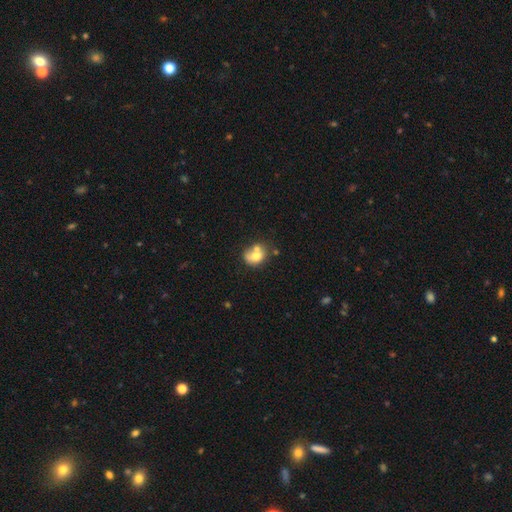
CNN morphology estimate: Overall: smooth (68%). How rounded: round (52%; in between 47%). Merging: merger (43%; none 33%).